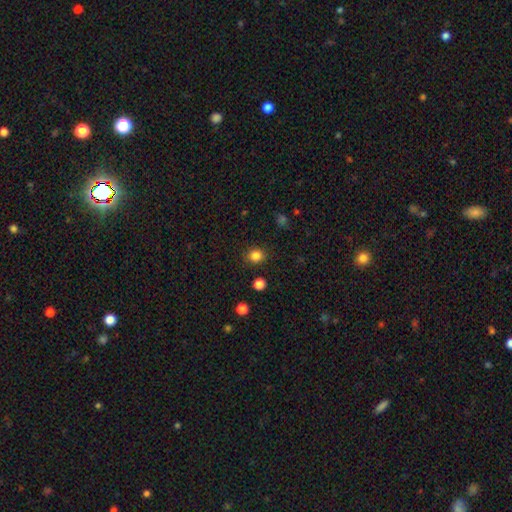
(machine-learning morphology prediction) Smooth or featured: smooth — 84% (star or artifact — 12%)
How rounded: round — 80% (in between — 19%)
Merging: none — 88% (minor disturbance — 8%)